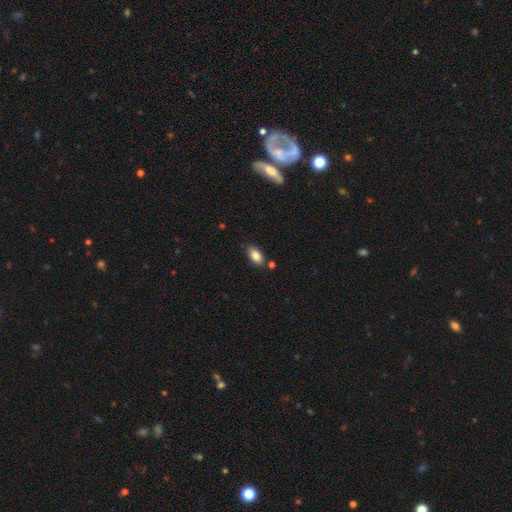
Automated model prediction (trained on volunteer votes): This is clearly a smooth galaxy (85%). How rounded: clearly in between (92%). Merging: likely none (79%).